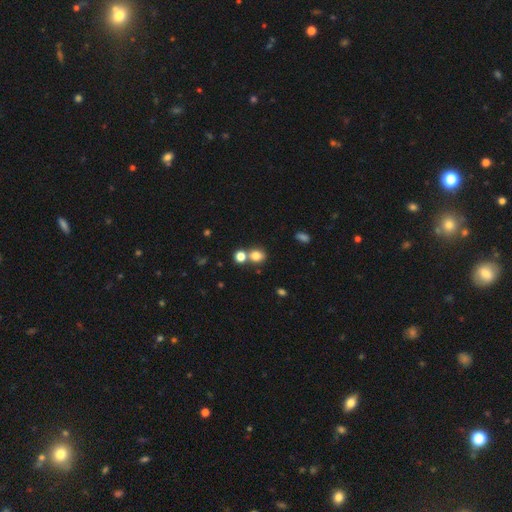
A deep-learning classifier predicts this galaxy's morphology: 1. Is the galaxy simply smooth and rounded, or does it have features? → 78% smooth, 14% star or artifact, 8% featured or disk.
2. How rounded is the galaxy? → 71% round, 28% in between, 1% cigar-shaped.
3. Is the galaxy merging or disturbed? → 56% none, 31% merger, 9% minor disturbance, 4% major disturbance.